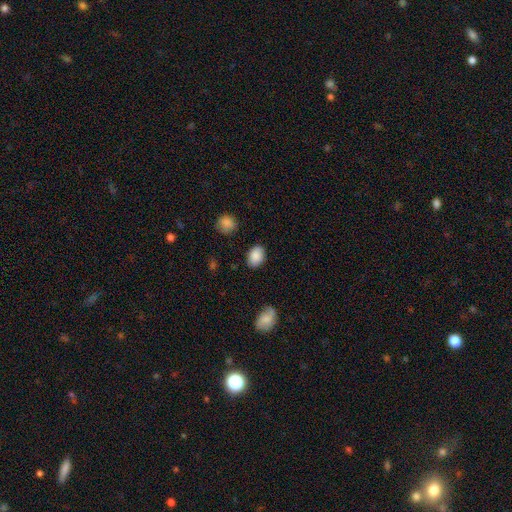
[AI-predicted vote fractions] Smooth or featured?
  - smooth: 87% *
  - star or artifact: 7%
  - featured or disk: 6%
How rounded?
  - in between: 81% *
  - round: 18%
  - cigar-shaped: 1%
Merging?
  - none: 84% *
  - minor disturbance: 11%
  - major disturbance: 3%
  - merger: 2%